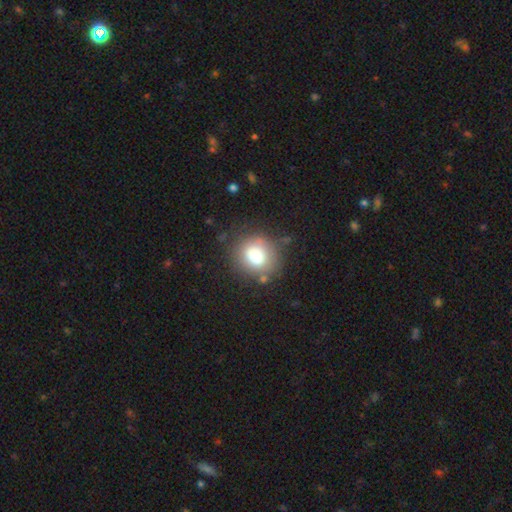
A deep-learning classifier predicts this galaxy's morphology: Smooth or featured? smooth (80%)
How rounded? round (75%)
Merging? none (65%)